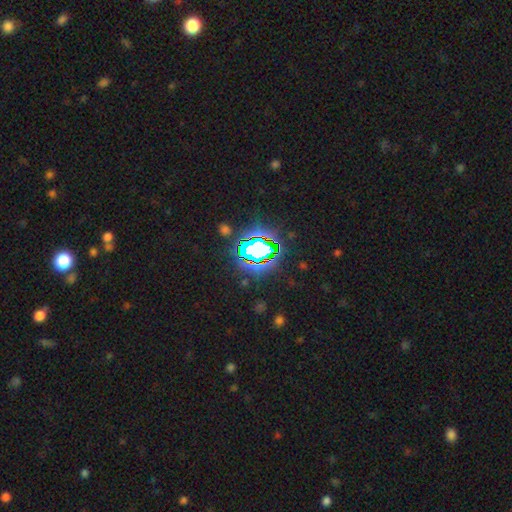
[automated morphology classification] Smooth or featured? star or artifact (78%)